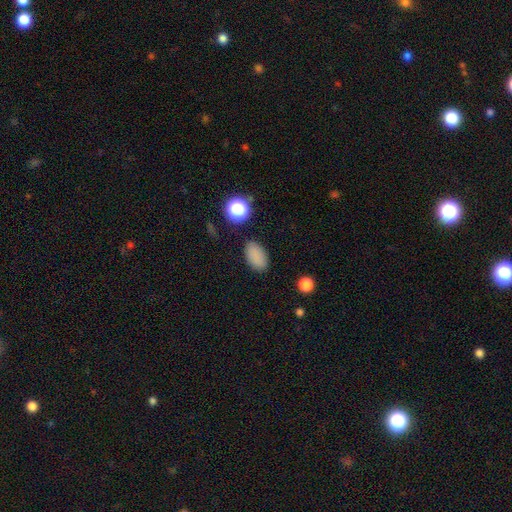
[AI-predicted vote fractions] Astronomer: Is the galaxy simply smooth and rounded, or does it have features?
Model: smooth — 84%.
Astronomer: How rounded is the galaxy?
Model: in between — 91%.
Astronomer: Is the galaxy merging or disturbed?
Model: none — 85%.